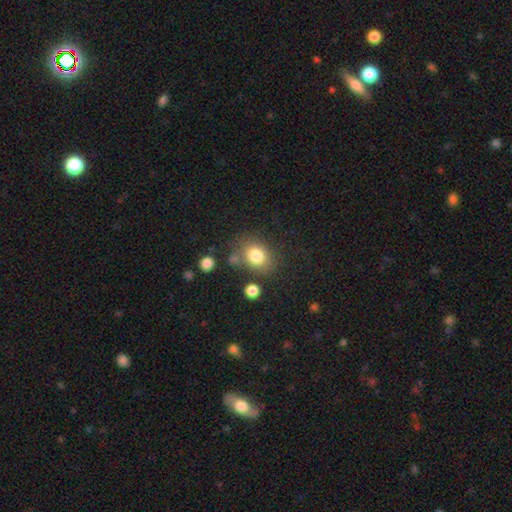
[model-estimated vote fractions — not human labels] A smooth galaxy with no disk features (81%) that is round (50%).

Vote fractions:
- Smooth or featured? smooth: 81% / star or artifact: 10% / featured or disk: 9%
- How rounded? round: 50% / in between: 49% / cigar-shaped: 1%
- Merging? none: 67% / minor disturbance: 17% / merger: 10% / major disturbance: 7%